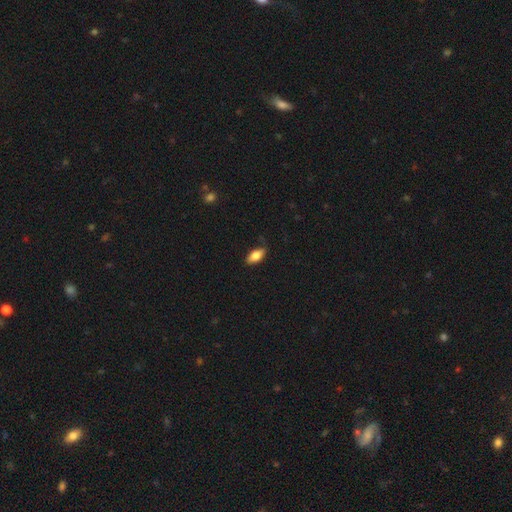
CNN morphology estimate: Smooth or featured? smooth (79%)
How rounded? in between (86%)
Merging? none (77%)